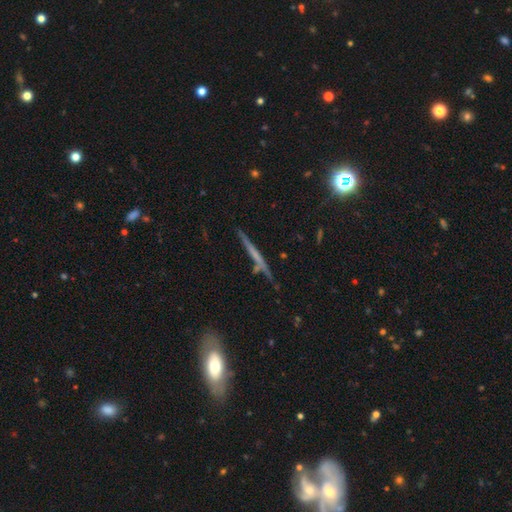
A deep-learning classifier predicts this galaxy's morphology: Smooth or featured? featured or disk (57%)
Edge-on disk? yes (95%)
Edge-on bulge? none (79%)
Merging? none (79%)